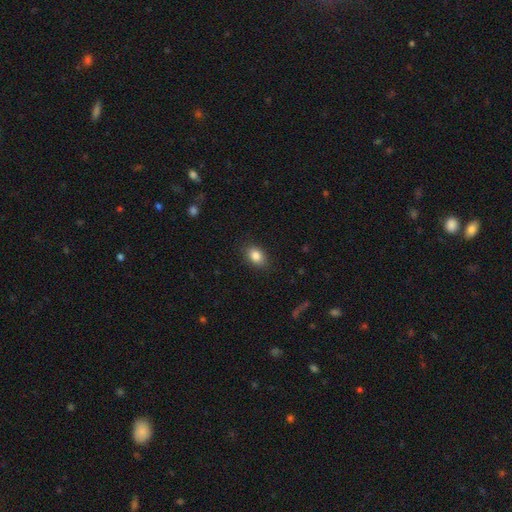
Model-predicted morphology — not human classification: Q: Smooth or featured?
A: smooth (85%); runner-up: star or artifact (9%)
Q: How rounded?
A: in between (79%); runner-up: round (20%)
Q: Merging?
A: none (87%); runner-up: minor disturbance (10%)